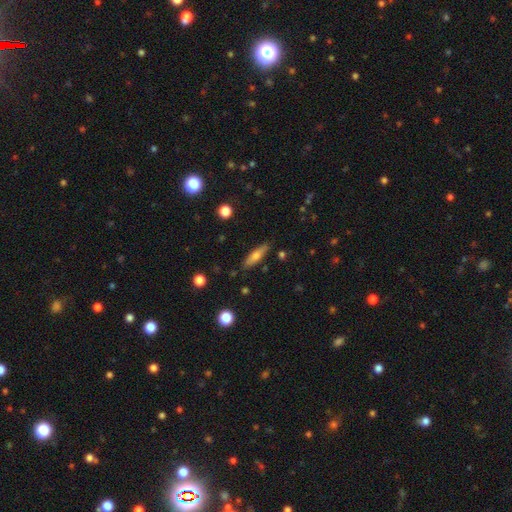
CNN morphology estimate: Smooth or featured? Predicted: smooth (p=0.64). How rounded? Predicted: cigar-shaped (p=0.67). Merging? Predicted: none (p=0.84).